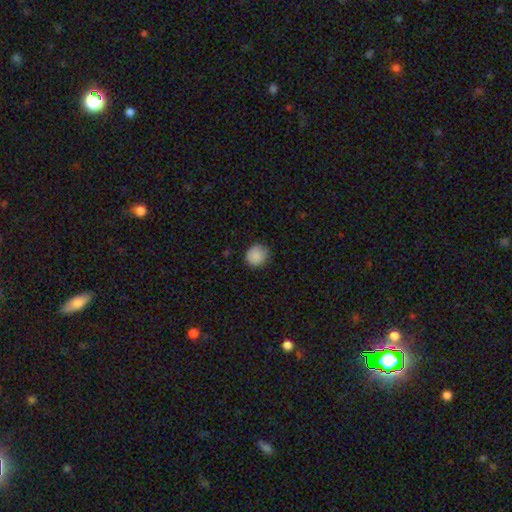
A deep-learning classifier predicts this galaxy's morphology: Smooth or featured? smooth (88%)
How rounded? round (89%)
Merging? none (83%)